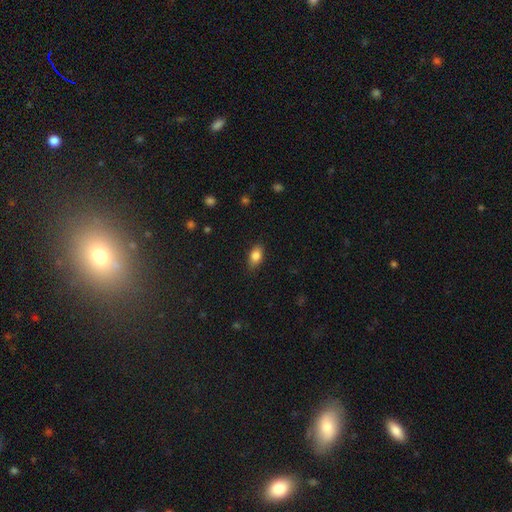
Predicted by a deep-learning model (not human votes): smooth-or-featured: smooth: 83% | featured or disk: 9% | star or artifact: 8%
  how-rounded: in between: 87% | round: 9% | cigar-shaped: 5%
  merging: none: 84% | minor disturbance: 13% | major disturbance: 3% | merger: 1%